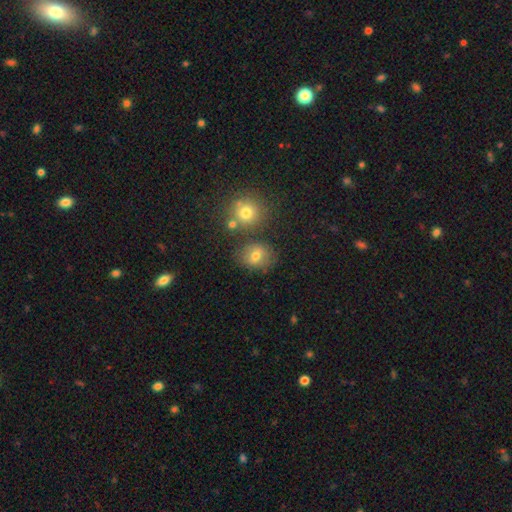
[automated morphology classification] smooth-or-featured: smooth: 70% | featured or disk: 15% | star or artifact: 15%
  how-rounded: round: 55% | in between: 44% | cigar-shaped: 1%
  merging: none: 68% | minor disturbance: 15% | merger: 11% | major disturbance: 5%